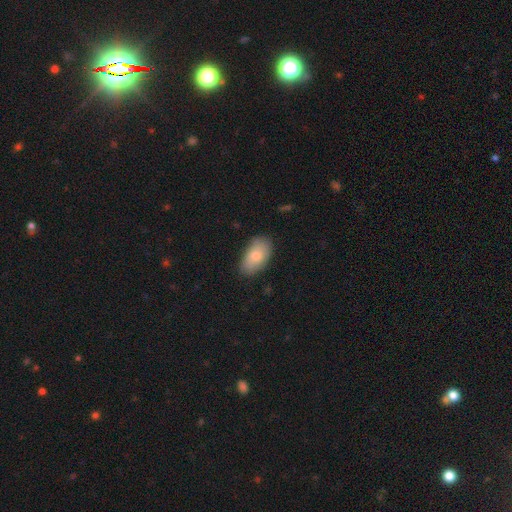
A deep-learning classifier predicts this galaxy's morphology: A smooth galaxy with no disk features (78%) that is in between round and cigar-shaped (93%). Merging: none (80%).